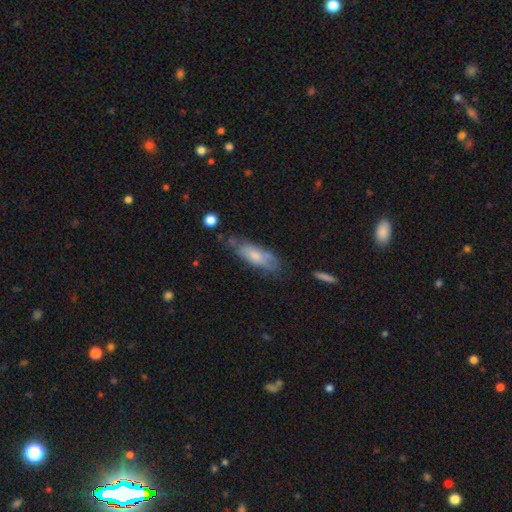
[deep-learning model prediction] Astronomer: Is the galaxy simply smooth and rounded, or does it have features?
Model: smooth — 62%.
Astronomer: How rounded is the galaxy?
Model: in between — 63%.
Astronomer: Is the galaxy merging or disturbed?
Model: none — 55% (runner-up: minor disturbance, 30%).